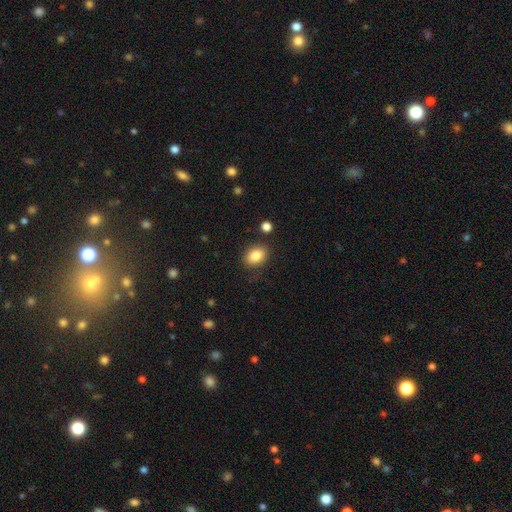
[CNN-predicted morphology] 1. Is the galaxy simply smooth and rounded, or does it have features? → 85% smooth, 9% star or artifact, 7% featured or disk.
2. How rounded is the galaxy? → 75% in between, 24% round, 1% cigar-shaped.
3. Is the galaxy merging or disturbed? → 82% none, 11% minor disturbance, 3% major disturbance, 3% merger.